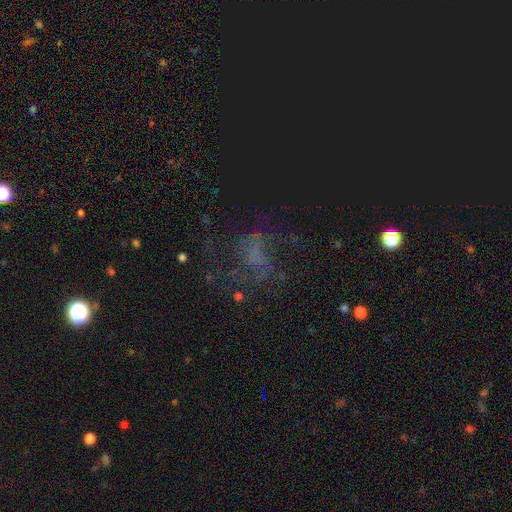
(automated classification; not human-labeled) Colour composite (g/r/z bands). It shows a featured or disk galaxy (40%). Merging: none (46%).